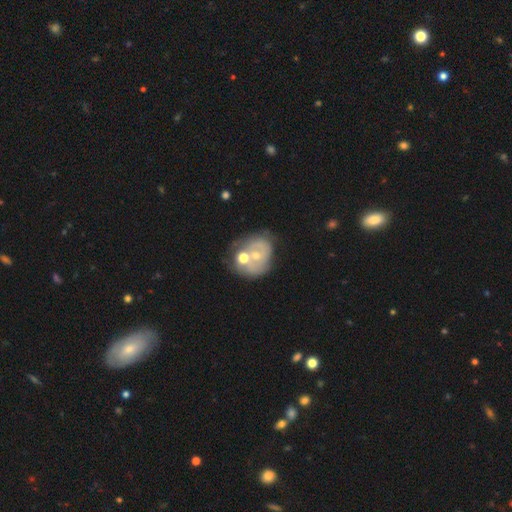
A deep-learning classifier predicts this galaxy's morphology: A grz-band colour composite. It shows a featured or disk galaxy (57%) with no bar (82%), no spiral arms (55%) and a moderate central bulge (48%). Merging: none (35%).